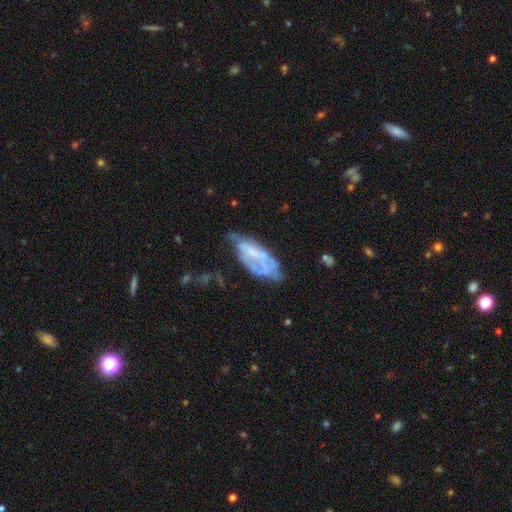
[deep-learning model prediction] A featured or disk galaxy (58%) with no bar (74%), no spiral arms (72%) and no central bulge (59%).

Vote fractions:
- Smooth or featured? featured or disk: 58% / smooth: 32% / star or artifact: 10%
- Edge-on disk? no: 90% / yes: 10%
- Bar? no: 74% / weak: 18% / strong: 8%
- Spiral arms? no: 72% / yes: 28%
- Bulge size? none: 59% / small: 22% / moderate: 14% / large: 3% / dominant: 1%
- Merging? none: 35% / minor disturbance: 31% / major disturbance: 27% / merger: 7%